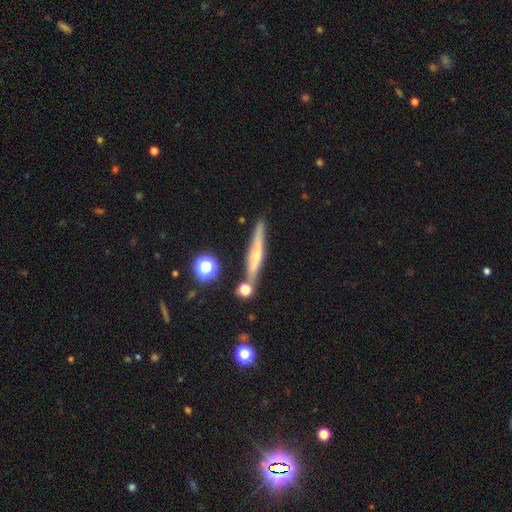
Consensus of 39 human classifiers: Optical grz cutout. It shows a featured or disk galaxy (51%) viewed edge-on (100%) with a rounded central bulge (45%). Merging: none (62%).